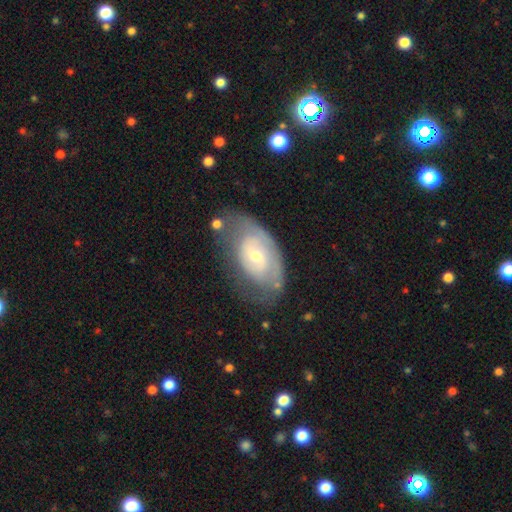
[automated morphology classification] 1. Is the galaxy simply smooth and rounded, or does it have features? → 69% featured or disk, 25% smooth, 6% star or artifact.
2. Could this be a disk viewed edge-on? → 94% no, 6% yes.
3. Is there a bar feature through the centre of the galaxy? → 53% no, 38% weak, 9% strong.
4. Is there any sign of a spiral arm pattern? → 73% yes, 27% no.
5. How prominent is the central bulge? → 56% small, 40% moderate, 2% large, 1% none, 1% dominant.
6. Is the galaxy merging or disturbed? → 50% none, 28% minor disturbance, 18% major disturbance, 4% merger.